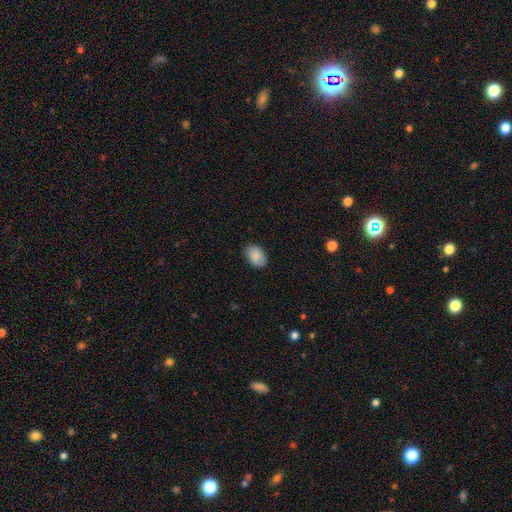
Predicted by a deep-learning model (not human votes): Smooth or featured? smooth (88%)
How rounded? in between (87%)
Merging? none (85%)